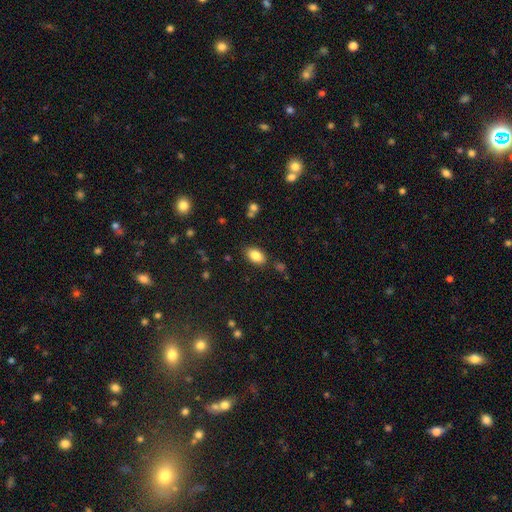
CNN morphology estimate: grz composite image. It shows a smooth galaxy with no disk features (85%) that is in between round and cigar-shaped (91%). Merging: none (83%).